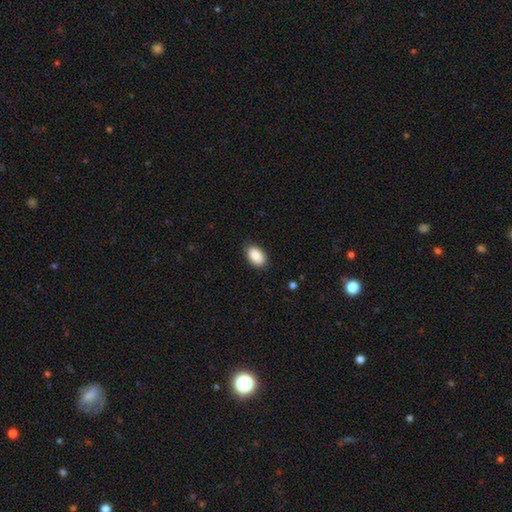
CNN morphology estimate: Smooth or featured? smooth (90%)
How rounded? in between (94%)
Merging? none (87%)